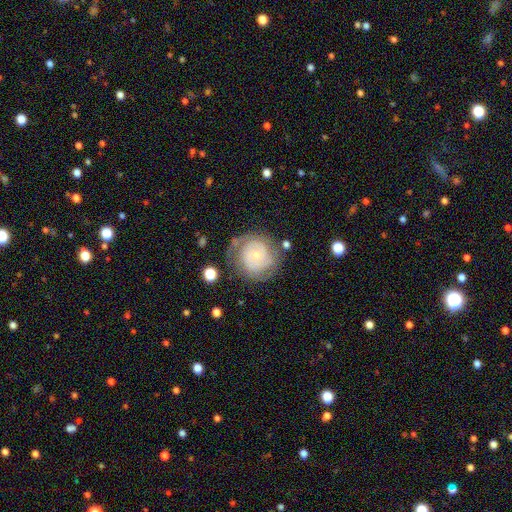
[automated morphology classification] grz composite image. It shows a featured or disk galaxy (74%) with no bar (68%), 2 (50%) tight (65%) spiral arms (87%) and a small central bulge (68%). Merging: none (67%).